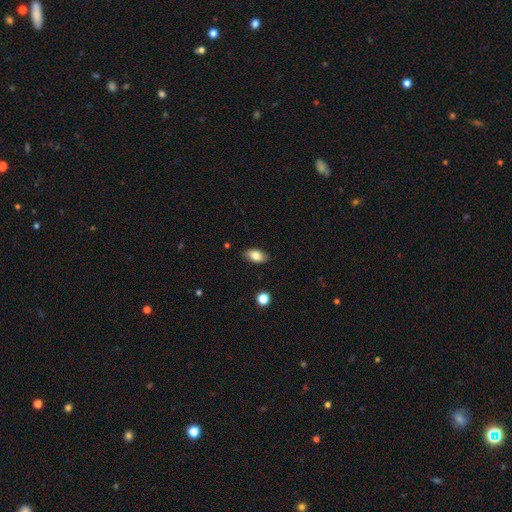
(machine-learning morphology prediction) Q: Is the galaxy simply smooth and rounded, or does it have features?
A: smooth — 83%.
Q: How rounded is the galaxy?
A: in between — 92%.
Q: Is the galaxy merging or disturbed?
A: none — 87%.